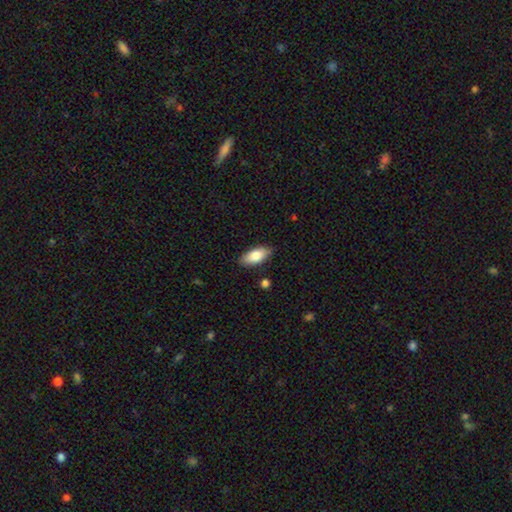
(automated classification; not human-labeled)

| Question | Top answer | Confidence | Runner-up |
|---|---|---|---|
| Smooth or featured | smooth | 82% | featured or disk (12%) |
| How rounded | in between | 89% | cigar-shaped (9%) |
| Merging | none | 85% | minor disturbance (11%) |